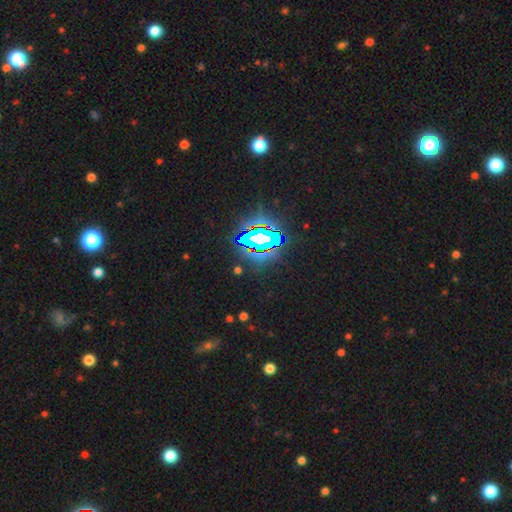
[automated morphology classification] The model was most divided on "smooth or featured": star or artifact: 84%, smooth: 9%, featured or disk: 7%.